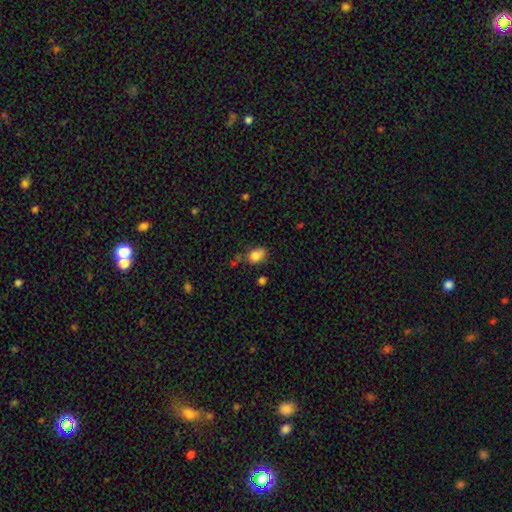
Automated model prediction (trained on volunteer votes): Q: Smooth or featured?
A: smooth (85%); runner-up: star or artifact (9%)
Q: How rounded?
A: in between (75%); runner-up: round (23%)
Q: Merging?
A: none (62%); runner-up: minor disturbance (24%)